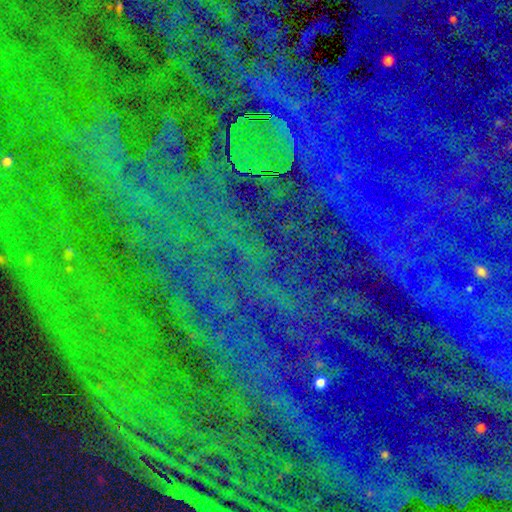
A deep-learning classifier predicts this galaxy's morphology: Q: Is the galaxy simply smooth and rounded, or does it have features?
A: star or artifact — 85%.